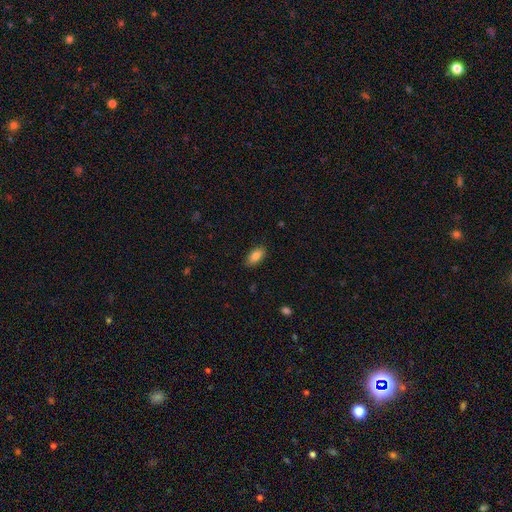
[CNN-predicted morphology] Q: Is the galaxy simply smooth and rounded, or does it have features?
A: smooth — 86%.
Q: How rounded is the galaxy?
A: in between — 90%.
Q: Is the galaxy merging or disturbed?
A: none — 87%.